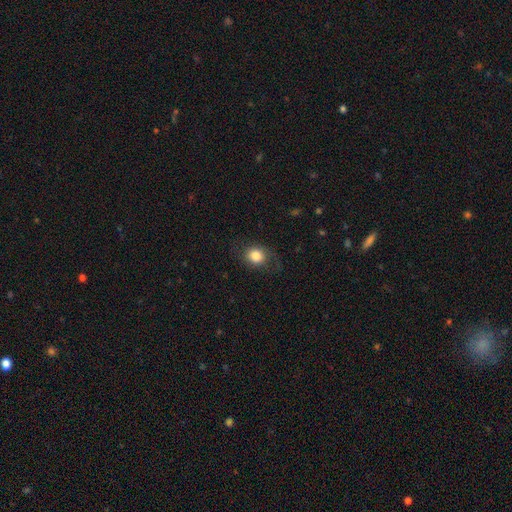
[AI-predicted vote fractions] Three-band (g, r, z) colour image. It shows a smooth galaxy with no disk features (80%) that is round (66%). Merging: none (68%).